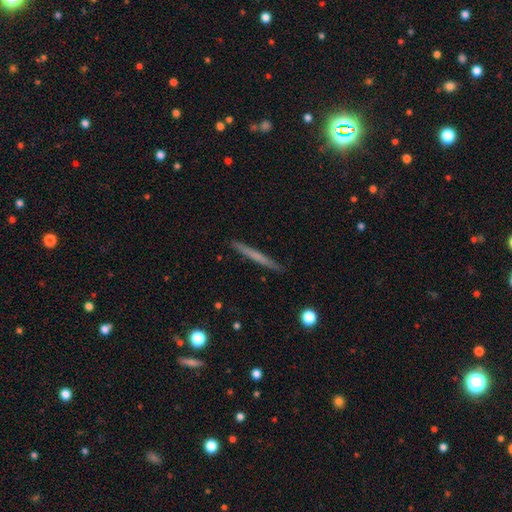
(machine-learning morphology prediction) A smooth galaxy with no disk features (52%) that is cigar-shaped (96%). Merging: none (90%).